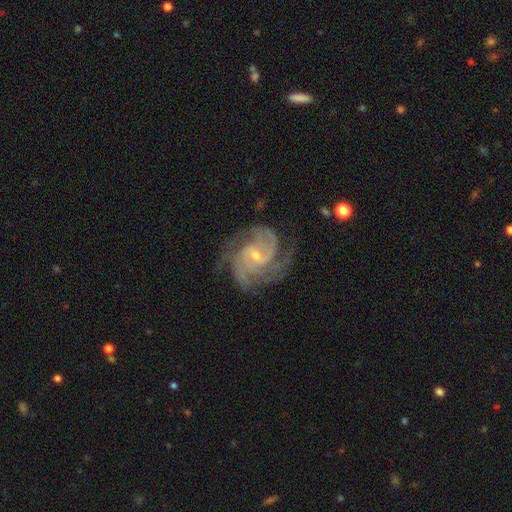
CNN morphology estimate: Smooth or featured?
  - featured or disk: 92% *
  - star or artifact: 5%
  - smooth: 3%
Edge-on disk?
  - no: 98% *
  - yes: 2%
Bar?
  - no: 47% *
  - weak: 41%
  - strong: 12%
Spiral arms?
  - yes: 98% *
  - no: 2%
Spiral winding?
  - tight: 54% *
  - medium: 40%
  - loose: 6%
Spiral arm count?
  - 3: 38% *
  - 4: 23%
  - 2: 14%
  - can't tell: 12%
  - more than 4: 7%
  - 1: 6%
Bulge size?
  - small: 66% *
  - moderate: 31%
  - none: 1%
  - large: 1%
  - dominant: 1%
Merging?
  - none: 74% *
  - minor disturbance: 17%
  - major disturbance: 7%
  - merger: 1%